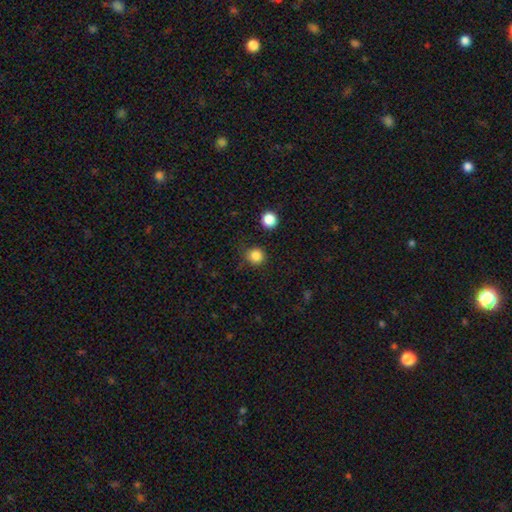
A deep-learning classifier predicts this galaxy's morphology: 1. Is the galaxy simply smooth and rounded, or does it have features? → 84% smooth, 12% star or artifact, 4% featured or disk.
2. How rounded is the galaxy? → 94% round, 6% in between, 1% cigar-shaped.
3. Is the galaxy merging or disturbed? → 83% none, 11% minor disturbance, 4% major disturbance, 3% merger.